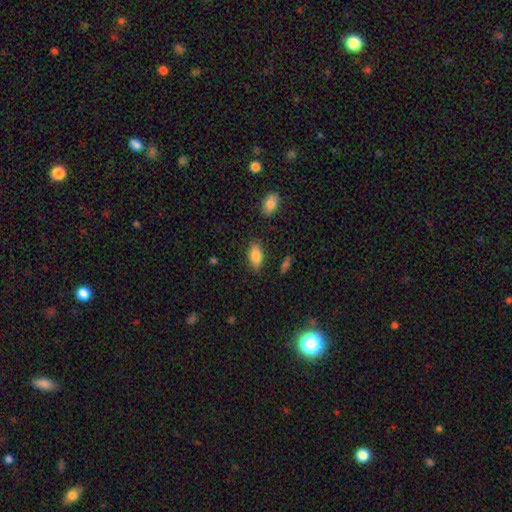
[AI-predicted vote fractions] Overall: smooth (83%). How rounded: in between (88%). Merging: none (84%).